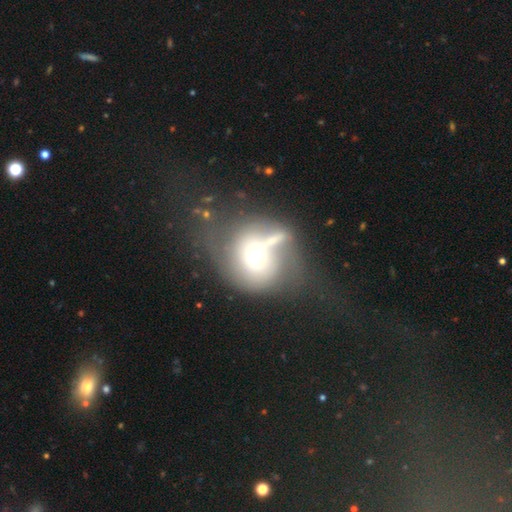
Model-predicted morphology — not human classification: A smooth galaxy with no disk features (48%).

Vote fractions:
- Smooth or featured? smooth: 48% / featured or disk: 39% / star or artifact: 13%
- Merging? merger: 31% / none: 27% / major disturbance: 25% / minor disturbance: 17%